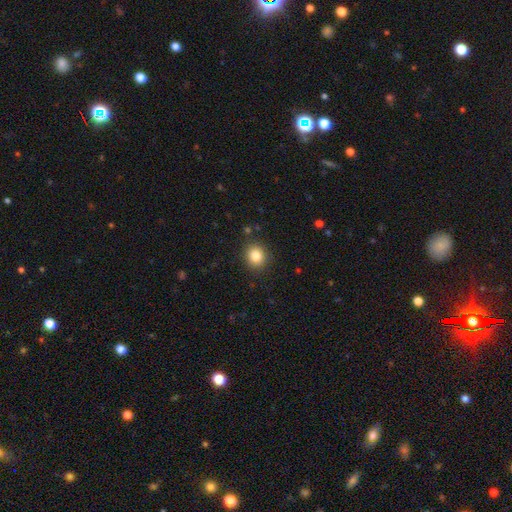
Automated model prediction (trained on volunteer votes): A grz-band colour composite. It shows a smooth galaxy with no disk features (84%) that is round (81%). Merging: none (88%).